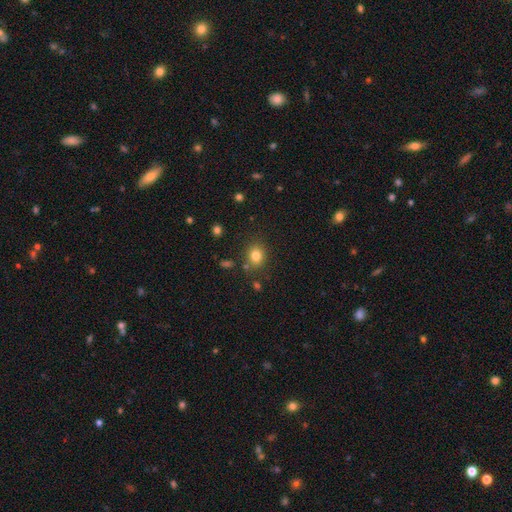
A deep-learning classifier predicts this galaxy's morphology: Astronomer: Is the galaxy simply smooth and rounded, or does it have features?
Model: smooth — 80%.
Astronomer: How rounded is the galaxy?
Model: round — 65%.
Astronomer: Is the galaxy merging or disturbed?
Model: none — 79%.